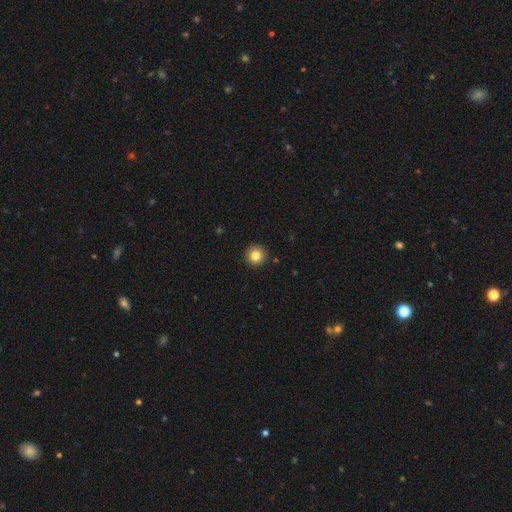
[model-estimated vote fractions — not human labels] Smooth or featured: smooth — 82% (star or artifact — 10%)
How rounded: round — 95% (in between — 4%)
Merging: none — 93% (minor disturbance — 5%)